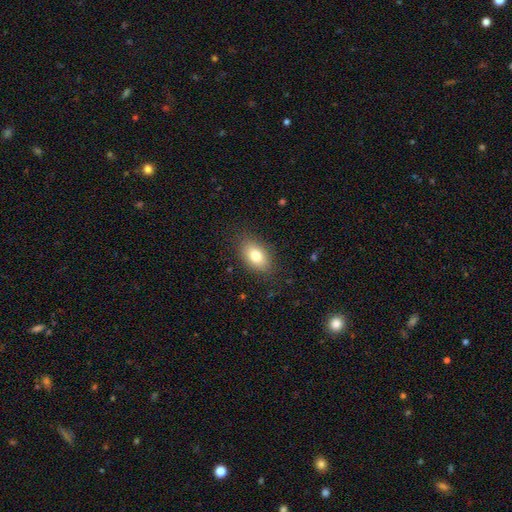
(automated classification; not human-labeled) Smooth or featured?
  - smooth: 79% *
  - featured or disk: 12%
  - star or artifact: 9%
How rounded?
  - in between: 87% *
  - round: 11%
  - cigar-shaped: 2%
Merging?
  - none: 84% *
  - minor disturbance: 11%
  - major disturbance: 3%
  - merger: 1%